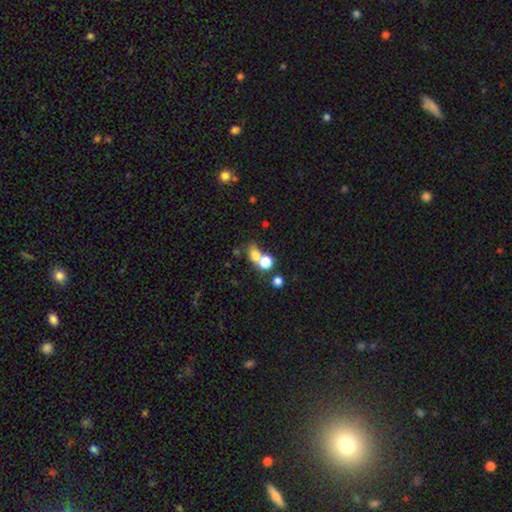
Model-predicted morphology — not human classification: Smooth or featured: smooth — 72% (star or artifact — 15%)
How rounded: round — 62% (in between — 36%)
Merging: merger — 50% (none — 36%)